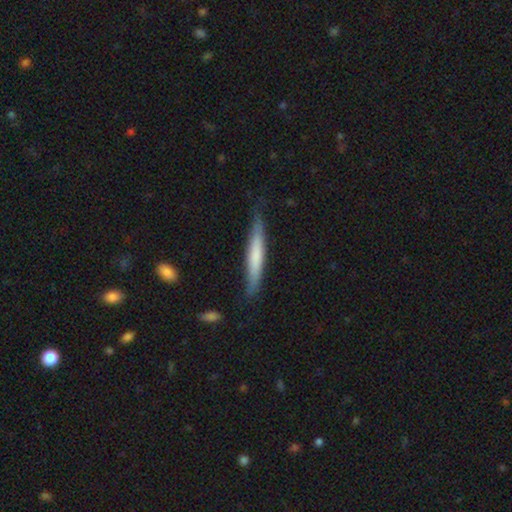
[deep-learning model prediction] Overall: smooth (60%; featured or disk 35%). How rounded: cigar-shaped (94%). Merging: none (79%).